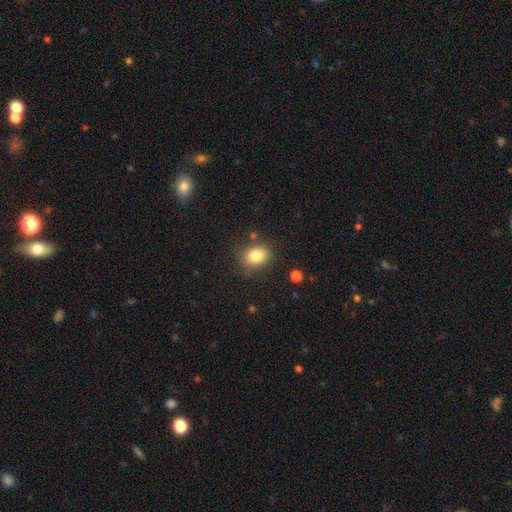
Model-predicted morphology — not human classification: This is clearly a smooth galaxy (81%). How rounded: possibly in between (51%). Merging: likely none (77%).